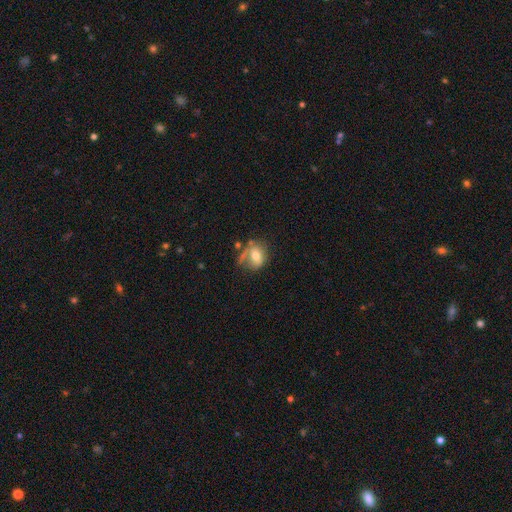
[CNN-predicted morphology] type=smooth (61%); roundness=in between (49%, tied with round); merging=none (38%).